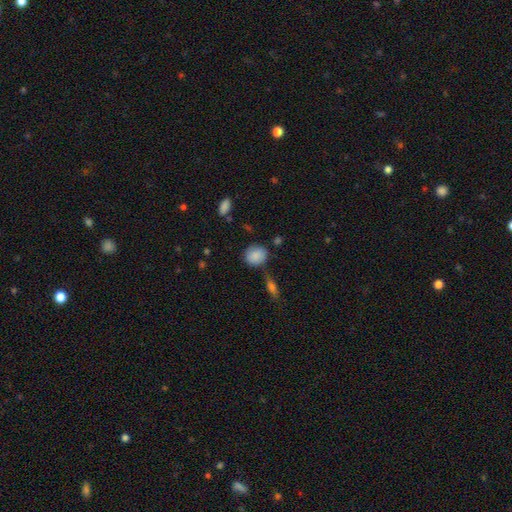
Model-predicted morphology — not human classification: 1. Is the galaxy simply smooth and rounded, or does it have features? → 86% smooth, 8% star or artifact, 6% featured or disk.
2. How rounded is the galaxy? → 69% round, 30% in between, 1% cigar-shaped.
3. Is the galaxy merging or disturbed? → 73% none, 17% minor disturbance, 6% merger, 4% major disturbance.